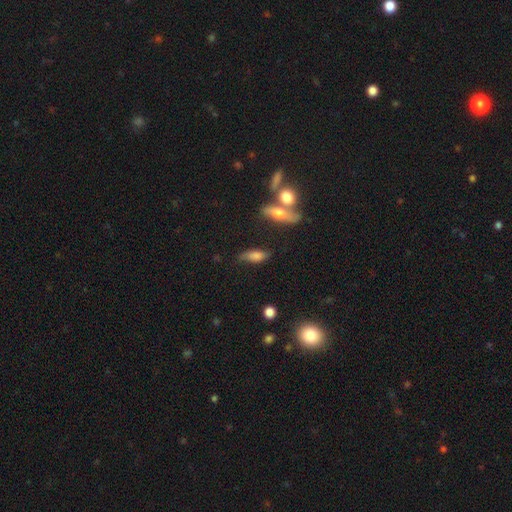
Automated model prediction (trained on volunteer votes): smooth 69%, featured or disk 23%, star or artifact 8%. Down the decision tree: how rounded — in between (70%); merging — none (57%).